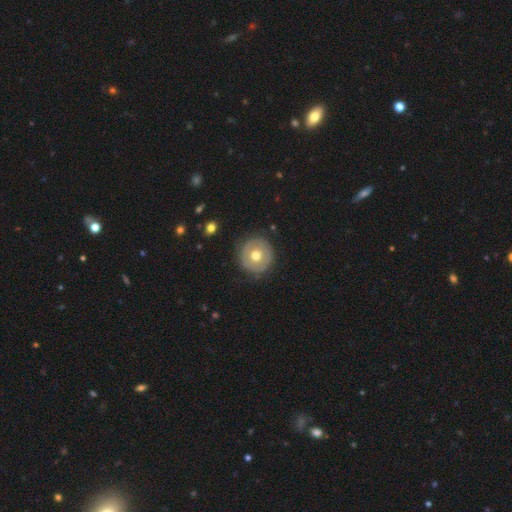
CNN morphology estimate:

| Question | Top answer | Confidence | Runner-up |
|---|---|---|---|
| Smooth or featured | featured or disk | 50% | smooth (44%) |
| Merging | none | 84% | minor disturbance (11%) |